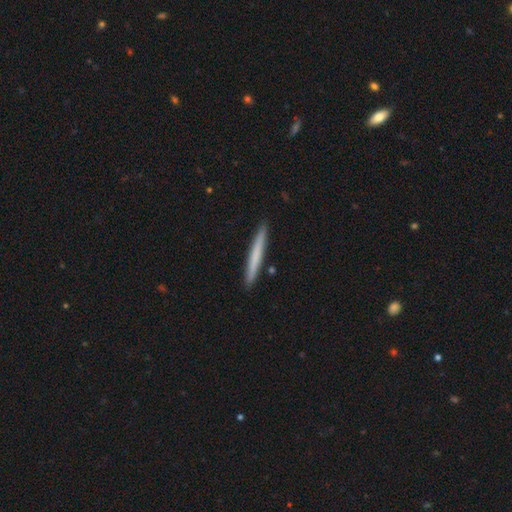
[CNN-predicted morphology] This is likely a smooth galaxy (64%). How rounded: clearly cigar-shaped (97%). Merging: clearly none (91%).